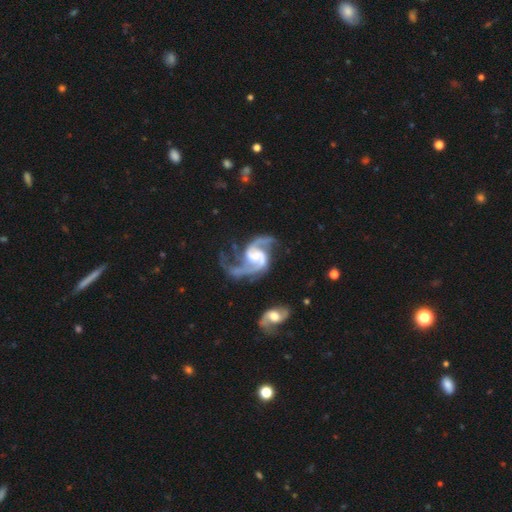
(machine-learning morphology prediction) featured or disk 93%, star or artifact 4%, smooth 3%. Down the decision tree: edge-on disk — no (98%); bar — weak (50%); spiral arms — yes (98%); spiral arm count — 2 (86%); spiral winding — medium (53%); bulge size — small (42%); merging — none (48%).